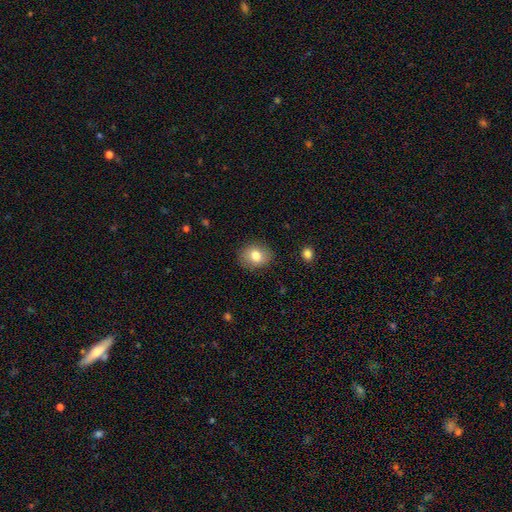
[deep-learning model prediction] Q: Smooth or featured?
A: smooth (79%); runner-up: featured or disk (13%)
Q: How rounded?
A: round (52%); runner-up: in between (47%)
Q: Merging?
A: none (85%); runner-up: minor disturbance (11%)